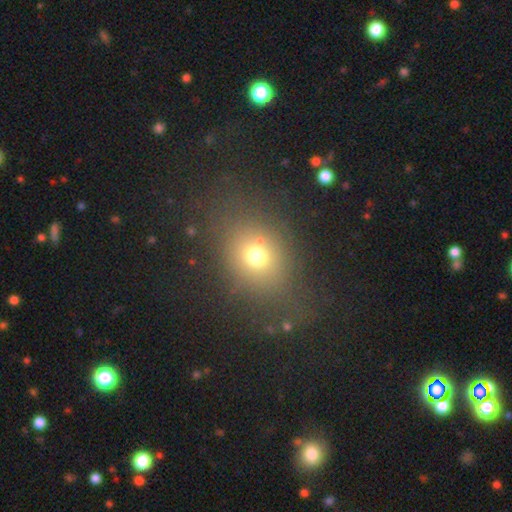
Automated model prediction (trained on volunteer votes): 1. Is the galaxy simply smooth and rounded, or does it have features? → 70% smooth, 19% star or artifact, 11% featured or disk.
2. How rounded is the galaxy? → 59% round, 39% in between, 2% cigar-shaped.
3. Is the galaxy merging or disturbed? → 71% none, 13% minor disturbance, 9% major disturbance, 6% merger.